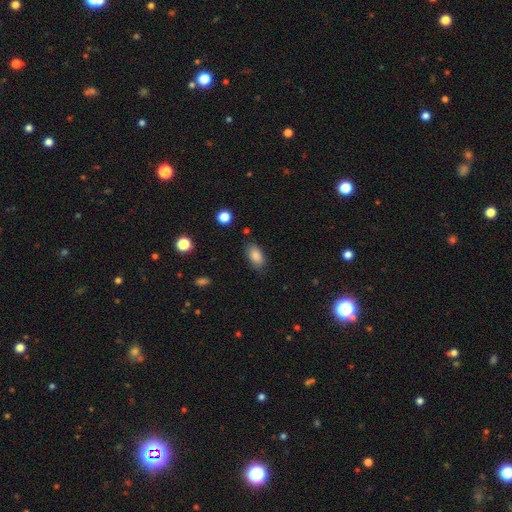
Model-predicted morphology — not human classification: The model was most divided on "merging": none: 80%, minor disturbance: 14%, major disturbance: 4%, merger: 2%. More confident: how rounded — in between (91%); smooth or featured — smooth (86%).